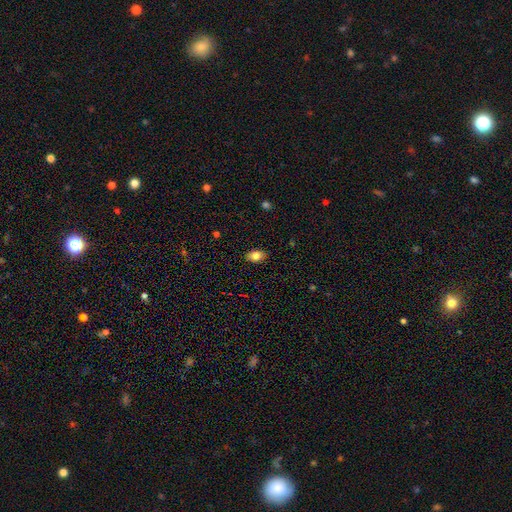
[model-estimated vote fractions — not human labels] Smooth or featured: smooth — 82% (featured or disk — 10%)
How rounded: in between — 88% (round — 10%)
Merging: none — 88% (minor disturbance — 9%)